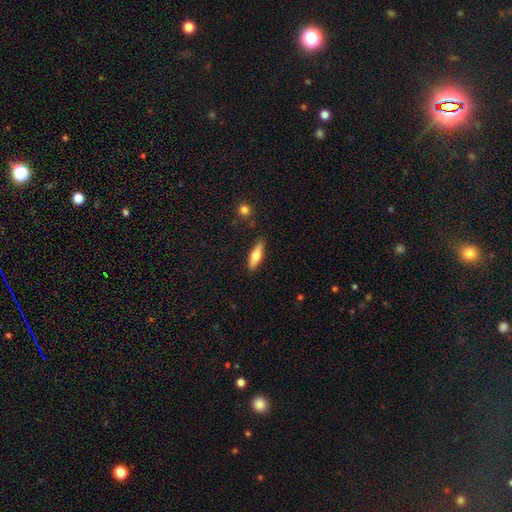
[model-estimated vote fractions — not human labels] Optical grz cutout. It shows a smooth galaxy with no disk features (53%) that is cigar-shaped (57%). Merging: none (88%).